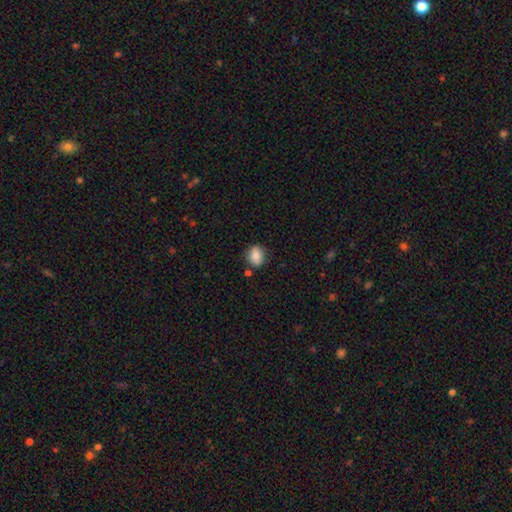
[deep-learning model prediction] The model was most divided on "how rounded": round: 60%, in between: 39%, cigar-shaped: 1%. More confident: smooth or featured — smooth (83%); merging — none (81%).